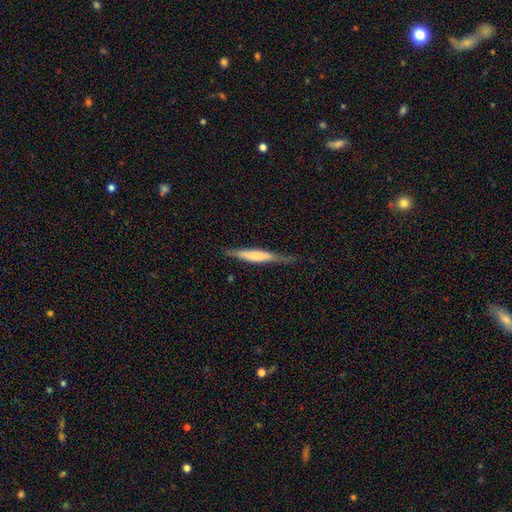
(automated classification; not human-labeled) smooth 51%, featured or disk 44%, star or artifact 6%. Down the decision tree: how rounded — cigar-shaped (91%); merging — none (73%).